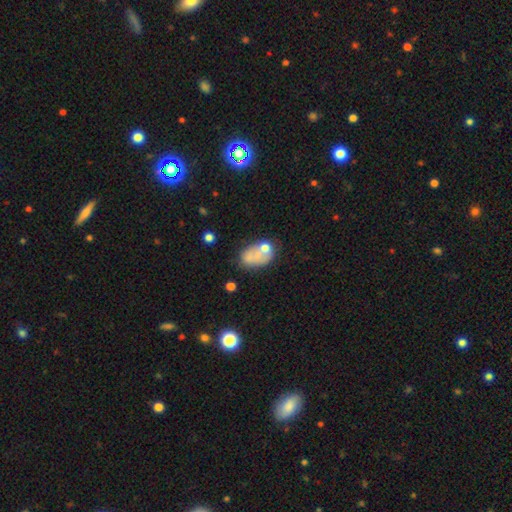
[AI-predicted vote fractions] A smooth galaxy with no disk features (53%) that is in between round and cigar-shaped (83%). Merging: none (37%).